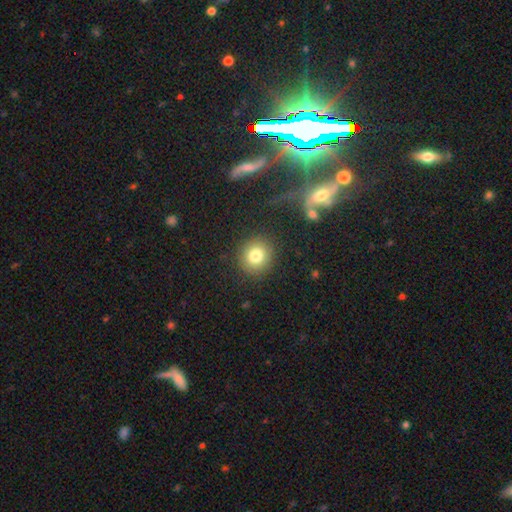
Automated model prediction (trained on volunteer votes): Overall: smooth (80%). How rounded: round (89%). Merging: none (87%).